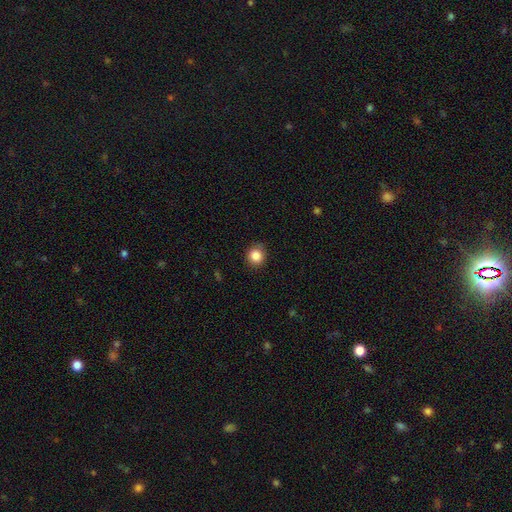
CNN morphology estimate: Overall: smooth (85%). How rounded: round (89%). Merging: none (86%).